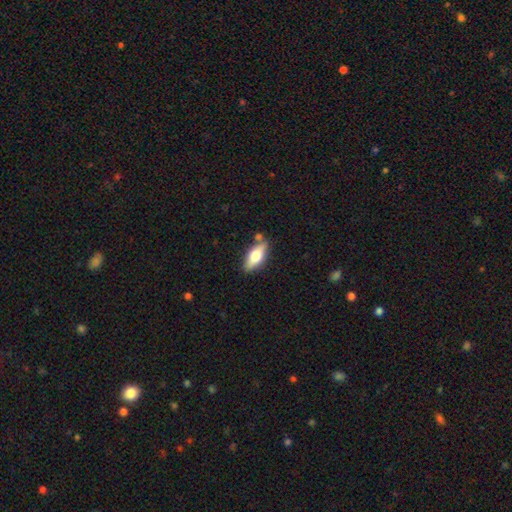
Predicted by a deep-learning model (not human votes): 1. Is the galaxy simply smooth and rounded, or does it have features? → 60% smooth, 34% featured or disk, 6% star or artifact.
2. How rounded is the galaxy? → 76% in between, 21% cigar-shaped, 3% round.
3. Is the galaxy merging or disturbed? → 77% none, 14% minor disturbance, 6% merger, 3% major disturbance.